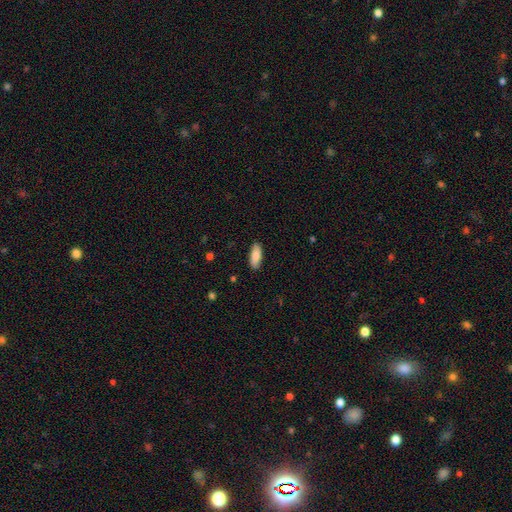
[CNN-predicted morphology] The model was most divided on "how rounded": in between: 75%, cigar-shaped: 24%, round: 2%. More confident: merging — none (88%); smooth or featured — smooth (86%).